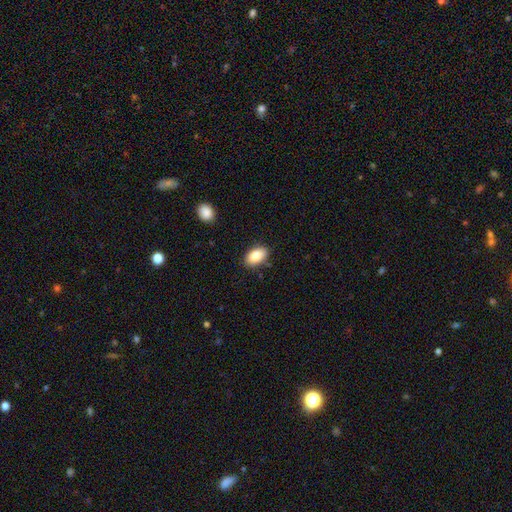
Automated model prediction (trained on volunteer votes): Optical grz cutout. It shows a smooth galaxy with no disk features (86%) that is in between round and cigar-shaped (91%). Merging: none (84%).